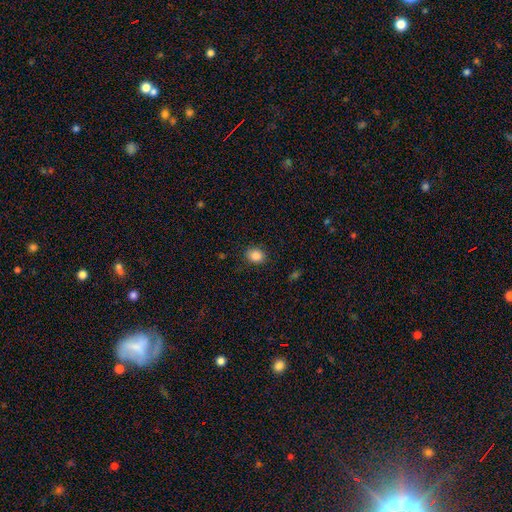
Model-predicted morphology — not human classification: This appears to be a smooth galaxy with no disk features (86%) that is round (59%). Merging: none (85%).